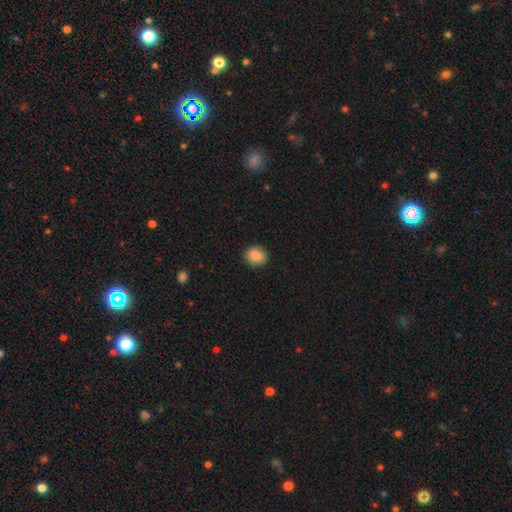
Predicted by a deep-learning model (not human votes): Smooth or featured? Predicted: smooth (p=0.87). How rounded? Predicted: round (p=0.63). Merging? Predicted: none (p=0.88).